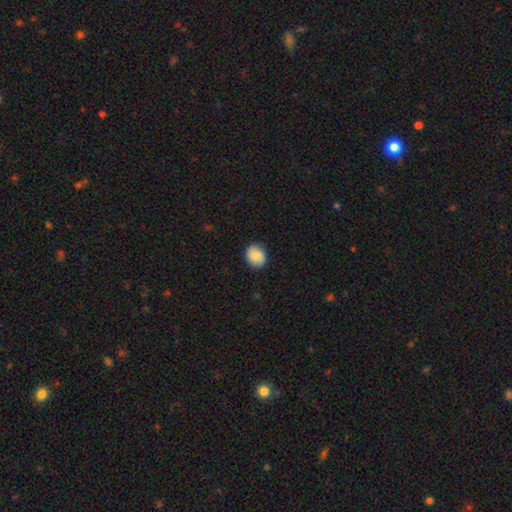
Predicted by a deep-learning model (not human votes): Smooth or featured?
  - smooth: 82% *
  - featured or disk: 11%
  - star or artifact: 7%
How rounded?
  - round: 67% *
  - in between: 32%
  - cigar-shaped: 1%
Merging?
  - none: 87% *
  - minor disturbance: 9%
  - major disturbance: 2%
  - merger: 1%